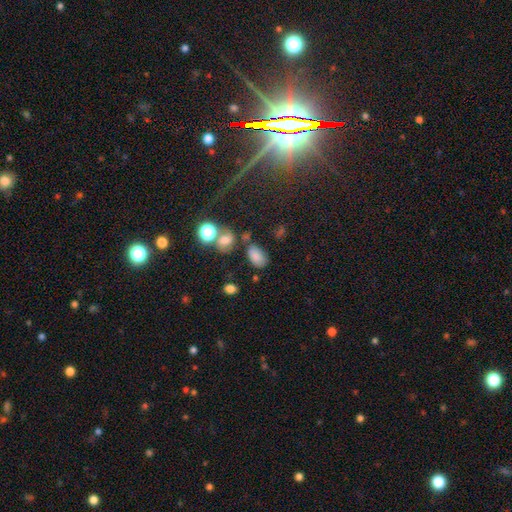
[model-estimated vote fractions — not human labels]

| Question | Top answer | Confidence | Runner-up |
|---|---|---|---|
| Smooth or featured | smooth | 78% | star or artifact (13%) |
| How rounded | in between | 89% | round (10%) |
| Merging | none | 64% | minor disturbance (17%) |